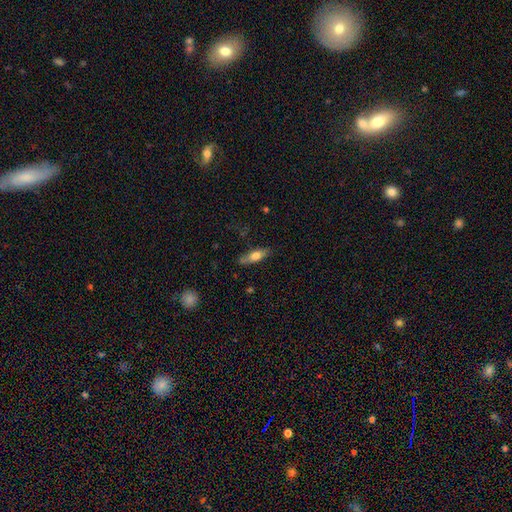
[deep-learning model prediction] The model was most divided on "how rounded": in between: 52%, cigar-shaped: 46%, round: 3%. More confident: merging — none (80%); smooth or featured — smooth (64%).